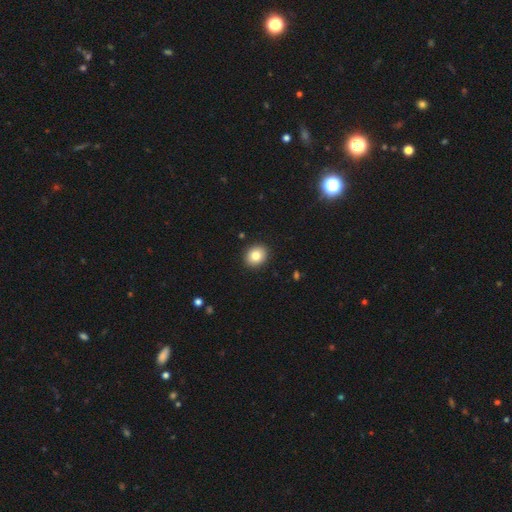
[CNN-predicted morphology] smooth_or_featured: smooth (p=0.82) [alt: star or artifact p=0.09]
how_rounded: round (p=0.65) [alt: in between p=0.34]
merging: none (p=0.92) [alt: minor disturbance p=0.06]